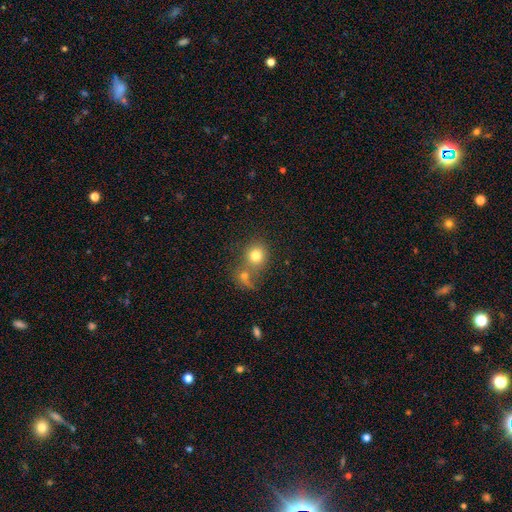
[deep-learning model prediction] smooth 78%, star or artifact 12%, featured or disk 10%. Down the decision tree: how rounded — round (81%); merging — none (46%).